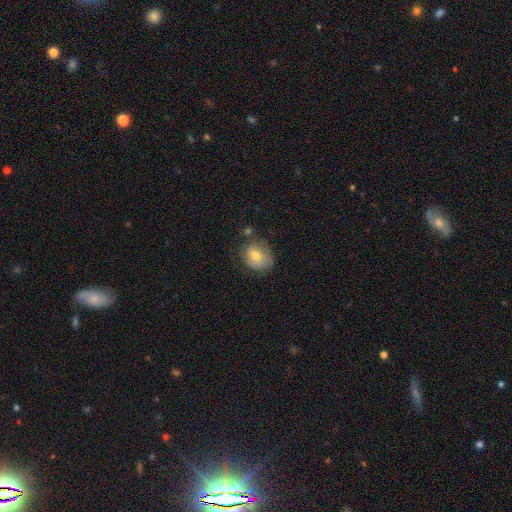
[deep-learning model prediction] A smooth galaxy with no disk features (62%) that is round (63%).

Vote fractions:
- Smooth or featured? smooth: 62% / featured or disk: 30% / star or artifact: 8%
- How rounded? round: 63% / in between: 37% / cigar-shaped: 1%
- Merging? none: 59% / minor disturbance: 26% / major disturbance: 10% / merger: 5%